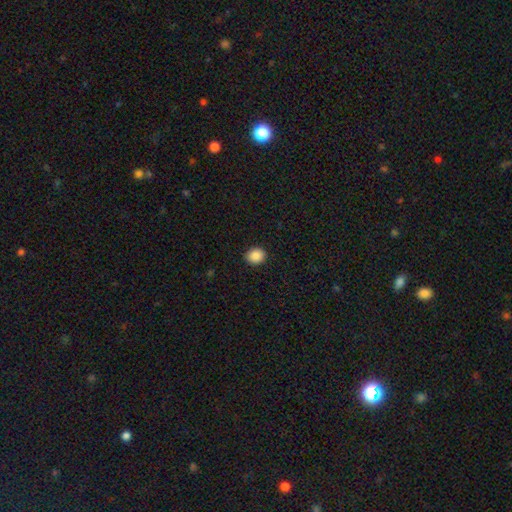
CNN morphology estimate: This appears to be a smooth galaxy with no disk features (88%) that is round (75%). Merging: none (91%).